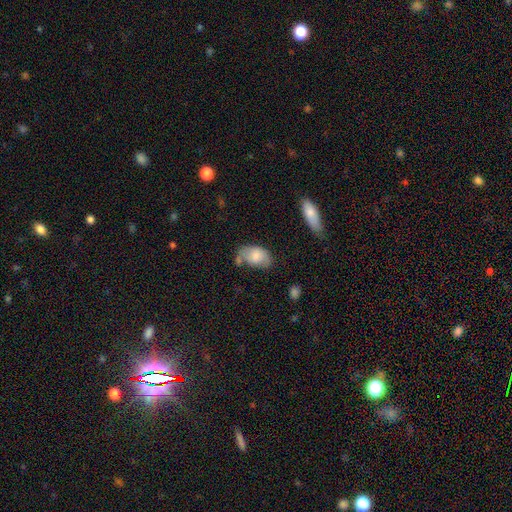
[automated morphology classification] Smooth or featured? Predicted: smooth (p=0.74). How rounded? Predicted: in between (p=0.91). Merging? Predicted: none (p=0.36).